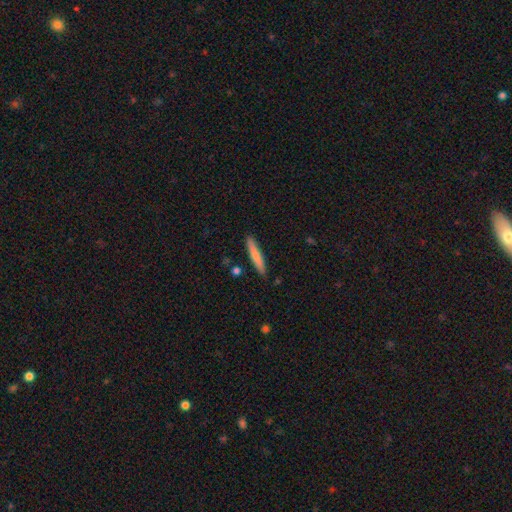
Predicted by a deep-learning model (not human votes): This appears to be a smooth galaxy with no disk features (75%) that is cigar-shaped (93%). Merging: none (88%).